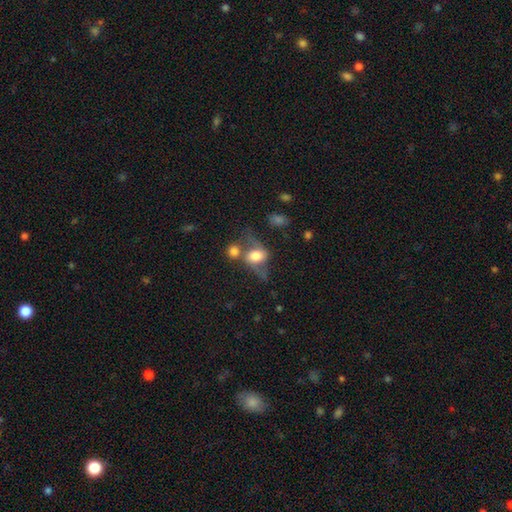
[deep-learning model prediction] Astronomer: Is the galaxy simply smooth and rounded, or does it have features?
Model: smooth — 51% (runner-up: featured or disk, 39%).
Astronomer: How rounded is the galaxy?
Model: in between — 61%.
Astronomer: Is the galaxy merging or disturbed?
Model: none — 36% (runner-up: merger, 28%).